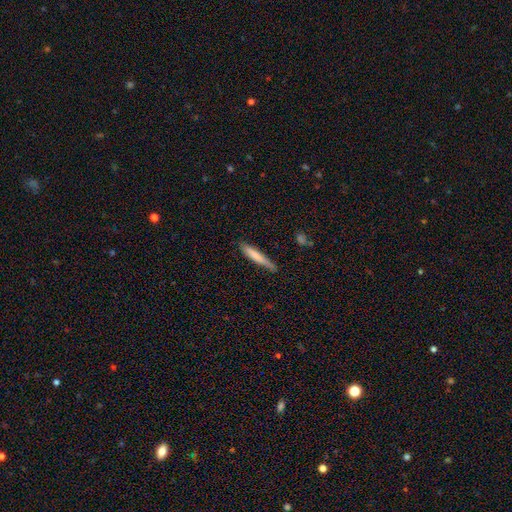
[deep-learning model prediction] A smooth galaxy with no disk features (76%) that is cigar-shaped (91%).

Vote fractions:
- Smooth or featured? smooth: 76% / featured or disk: 18% / star or artifact: 6%
- How rounded? cigar-shaped: 91% / in between: 8% / round: 1%
- Merging? none: 72% / minor disturbance: 22% / major disturbance: 4% / merger: 2%